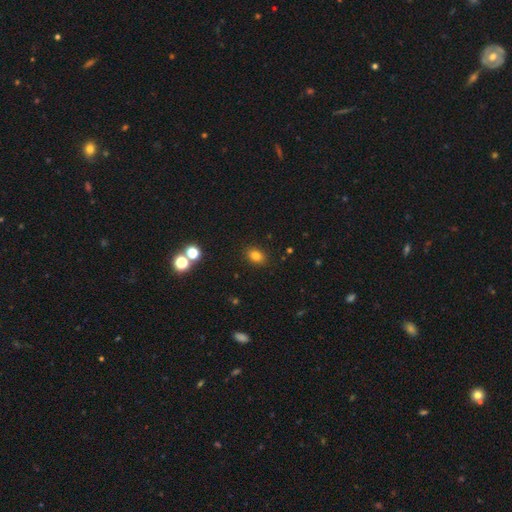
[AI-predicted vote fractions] Morphology: type=smooth (80%); roundness=in between (71%); merging=none (88%).